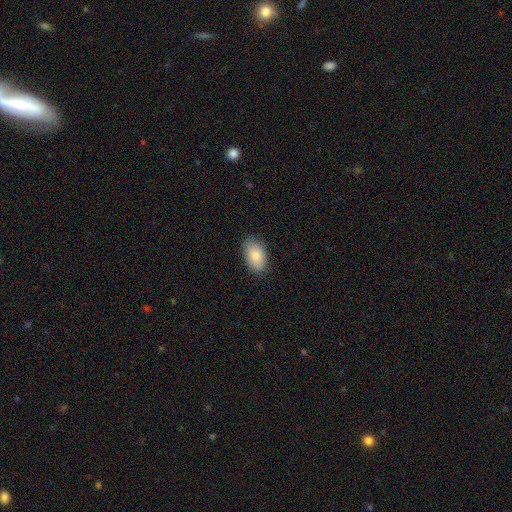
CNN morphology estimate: type=smooth (83%); roundness=in between (92%); merging=none (83%).